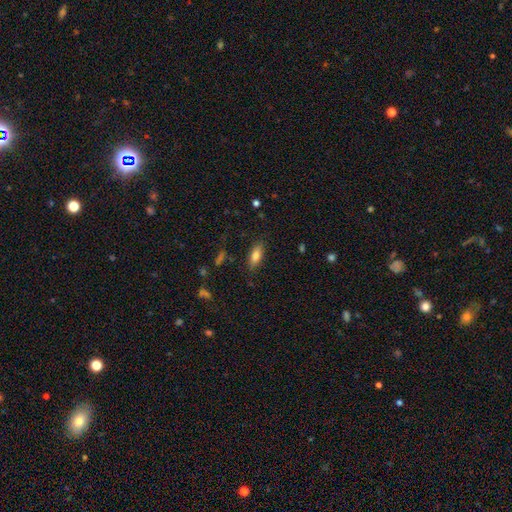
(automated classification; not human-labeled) This is likely a smooth galaxy (78%). How rounded: likely in between (76%). Merging: clearly none (82%).